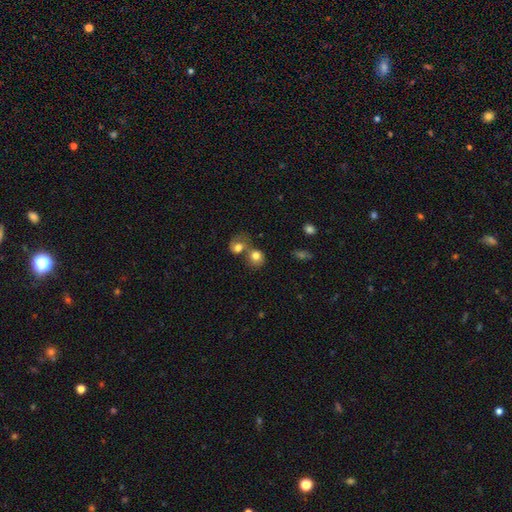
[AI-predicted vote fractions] Morphology: type=smooth (76%); roundness=round (72%); merging=merger (52%).